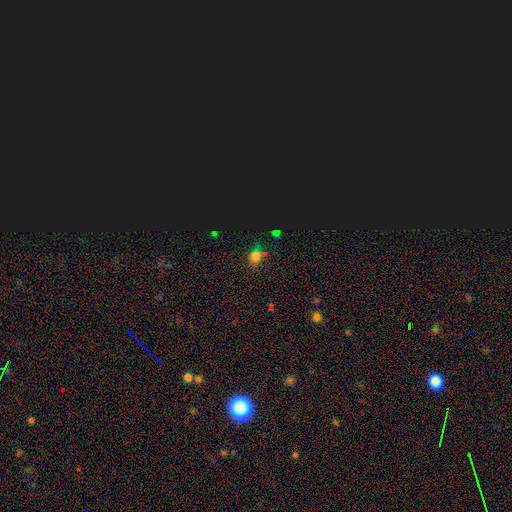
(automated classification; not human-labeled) Overall: smooth (53%; star or artifact 40%). How rounded: round (68%; in between 30%). Merging: none (74%).